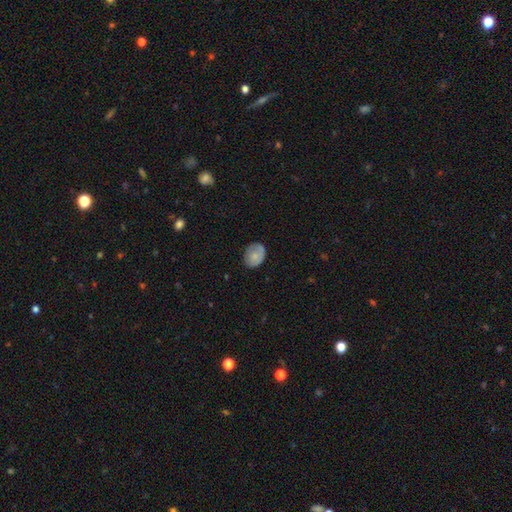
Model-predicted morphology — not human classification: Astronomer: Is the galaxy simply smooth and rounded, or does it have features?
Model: smooth — 70%.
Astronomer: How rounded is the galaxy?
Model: in between — 56% (runner-up: round, 43%).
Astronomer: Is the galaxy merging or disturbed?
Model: none — 66%.